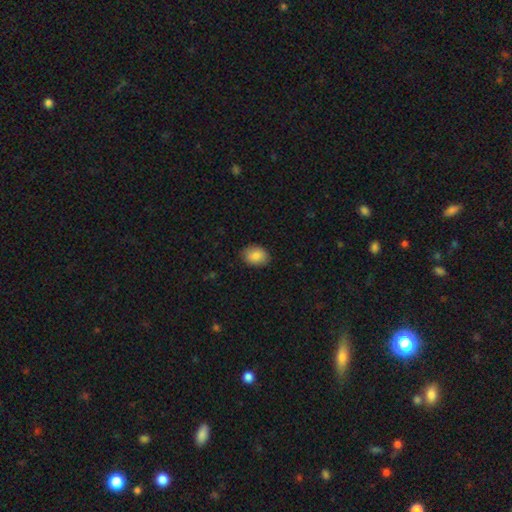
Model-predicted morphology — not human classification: smooth-or-featured: smooth: 87% | star or artifact: 7% | featured or disk: 6%
  how-rounded: in between: 70% | round: 29% | cigar-shaped: 1%
  merging: none: 85% | minor disturbance: 12% | major disturbance: 2% | merger: 1%